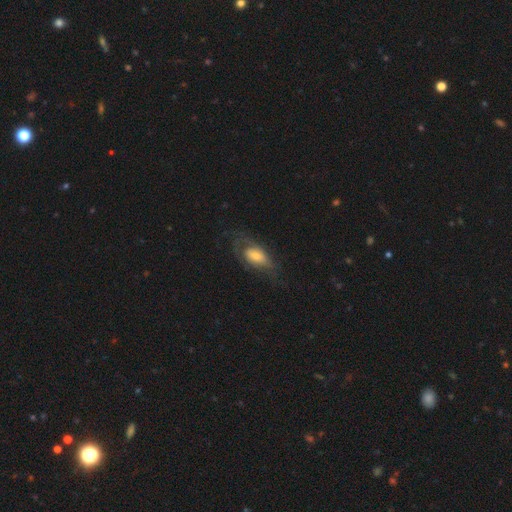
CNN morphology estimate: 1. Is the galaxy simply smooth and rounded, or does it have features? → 51% smooth, 42% featured or disk, 8% star or artifact.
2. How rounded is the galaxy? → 87% in between, 7% cigar-shaped, 6% round.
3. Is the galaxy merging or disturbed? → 43% none, 31% major disturbance, 25% minor disturbance, 2% merger.